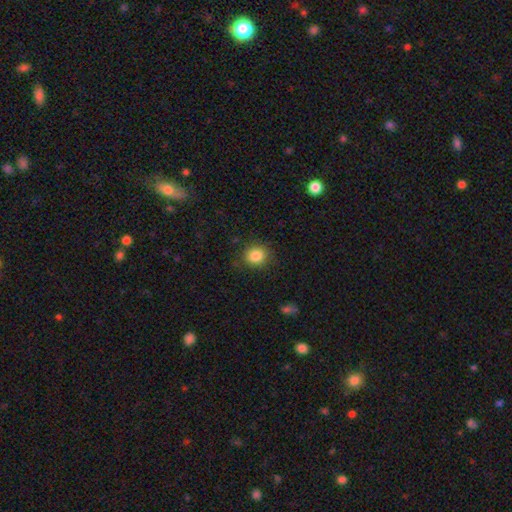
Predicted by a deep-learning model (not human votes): Q: Smooth or featured?
A: smooth (85%); runner-up: star or artifact (10%)
Q: How rounded?
A: round (84%); runner-up: in between (15%)
Q: Merging?
A: none (86%); runner-up: minor disturbance (10%)